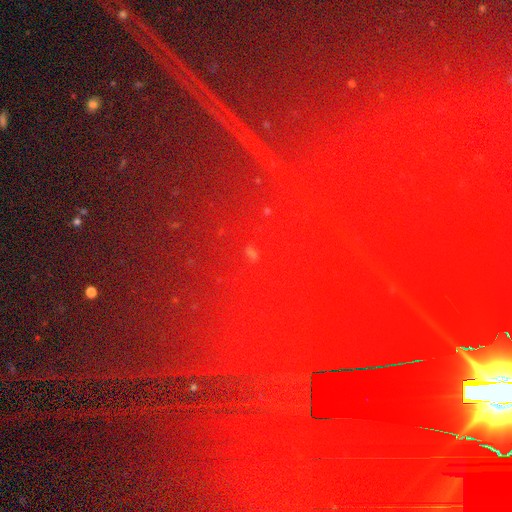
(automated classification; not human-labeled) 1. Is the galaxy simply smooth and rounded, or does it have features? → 88% star or artifact, 6% featured or disk, 6% smooth.